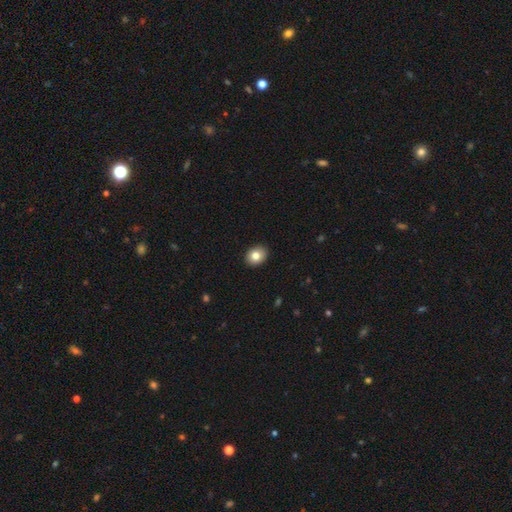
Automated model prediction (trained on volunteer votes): A smooth galaxy with no disk features (81%) that is in between round and cigar-shaped (58%). Merging: none (91%).